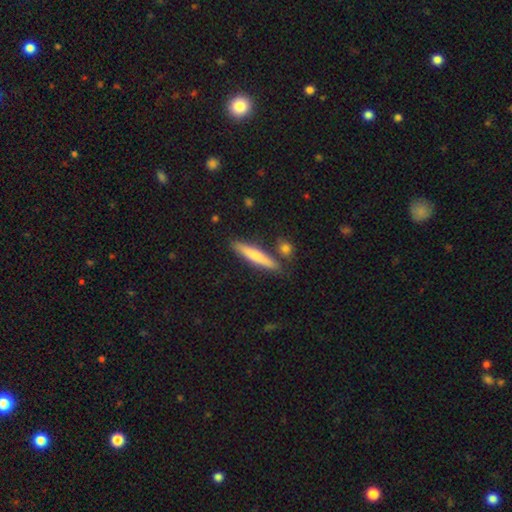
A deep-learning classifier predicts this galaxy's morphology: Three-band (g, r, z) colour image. It shows a smooth galaxy with no disk features (66%) that is cigar-shaped (90%). Merging: none (82%).